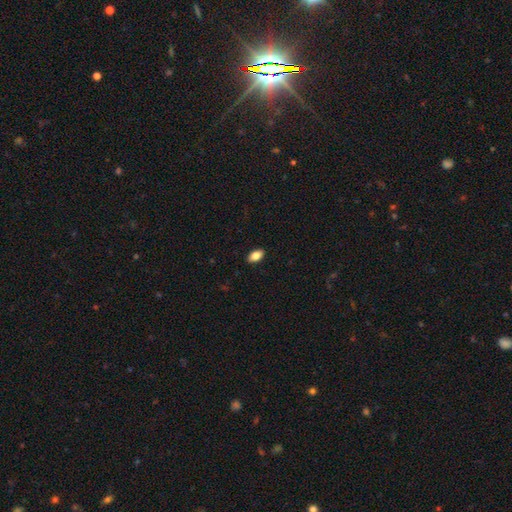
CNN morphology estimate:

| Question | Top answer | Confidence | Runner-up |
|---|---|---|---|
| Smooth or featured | smooth | 83% | featured or disk (9%) |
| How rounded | in between | 92% | round (4%) |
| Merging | none | 90% | minor disturbance (8%) |